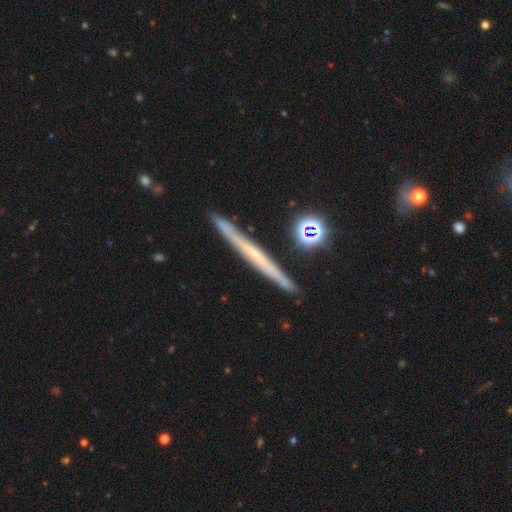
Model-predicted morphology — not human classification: type=featured or disk (61%); edge-on=yes (96%); edge-on bulge=none (82%); merging=none (86%).